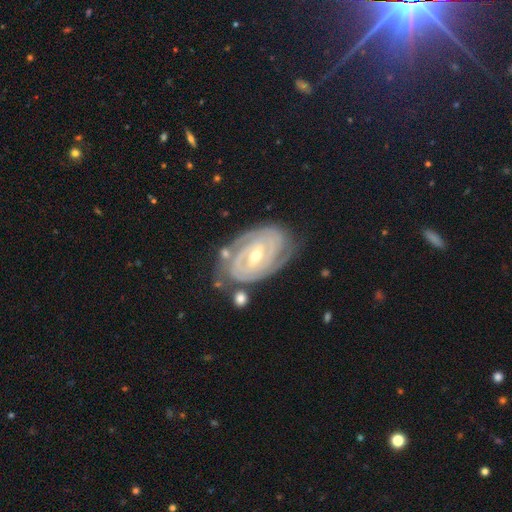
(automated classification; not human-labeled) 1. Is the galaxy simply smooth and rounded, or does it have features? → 91% featured or disk, 4% smooth, 4% star or artifact.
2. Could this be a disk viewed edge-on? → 96% no, 4% yes.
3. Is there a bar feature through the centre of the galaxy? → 44% weak, 33% strong, 22% no.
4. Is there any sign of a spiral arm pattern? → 98% yes, 2% no.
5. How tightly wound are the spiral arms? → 85% tight, 13% medium, 2% loose.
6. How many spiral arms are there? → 56% 2, 18% 3, 14% can't tell, 6% 4, 3% more than 4, 3% 1.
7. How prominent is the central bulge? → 51% moderate, 46% small, 1% large, 1% none, 1% dominant.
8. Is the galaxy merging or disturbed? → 73% none, 18% minor disturbance, 5% major disturbance, 4% merger.